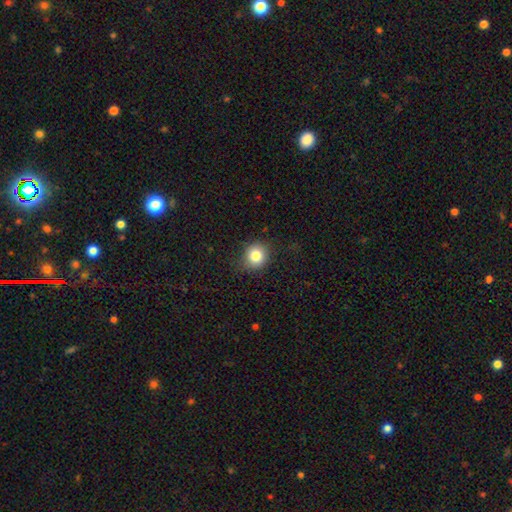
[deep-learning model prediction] Smooth or featured: smooth — 82% (star or artifact — 11%)
How rounded: round — 81% (in between — 18%)
Merging: none — 81% (minor disturbance — 14%)